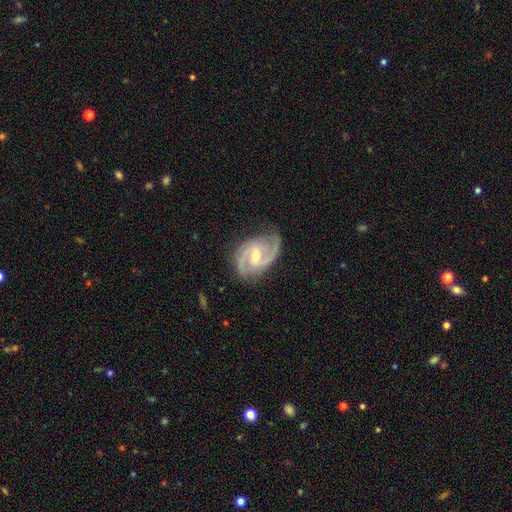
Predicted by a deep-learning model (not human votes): The model was most divided on "bulge size": moderate: 54%, small: 43%, large: 1%, none: 1%, dominant: 1%. More confident: spiral arms — yes (98%); edge-on disk — no (97%); smooth or featured — featured or disk (90%); spiral arm count — 2 (86%); merging — none (78%); spiral winding — medium (55%); bar — weak (53%).